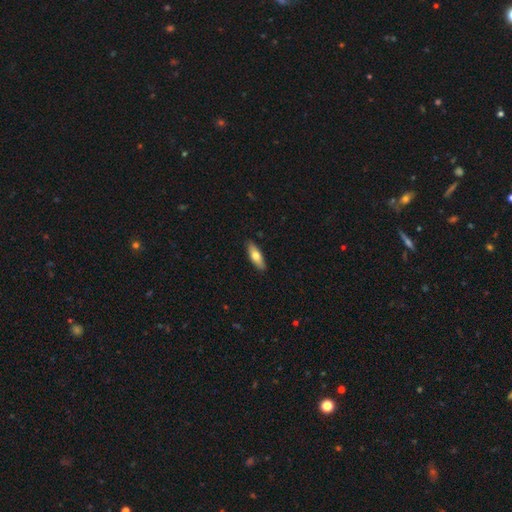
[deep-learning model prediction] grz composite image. It shows a smooth galaxy with no disk features (68%) that is in between round and cigar-shaped (59%). Merging: none (89%).